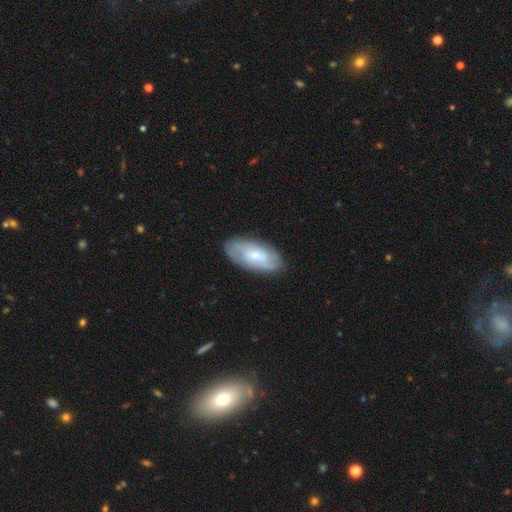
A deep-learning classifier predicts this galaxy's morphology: smooth_or_featured: featured or disk (p=0.49) [alt: smooth p=0.45]
merging: none (p=0.80) [alt: minor disturbance p=0.15]